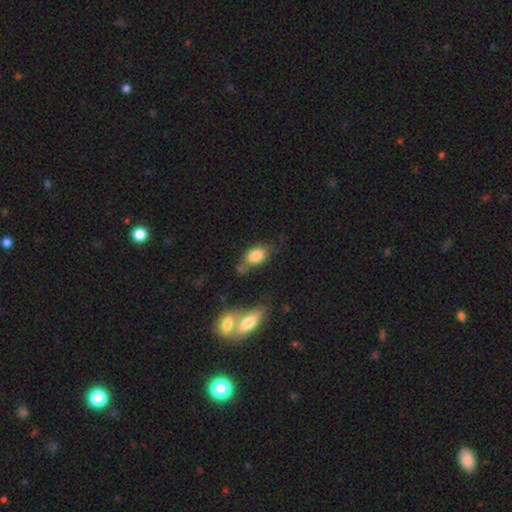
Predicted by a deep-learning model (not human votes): Smooth or featured: smooth — 82% (featured or disk — 10%)
How rounded: in between — 83% (round — 14%)
Merging: none — 49% (minor disturbance — 24%)